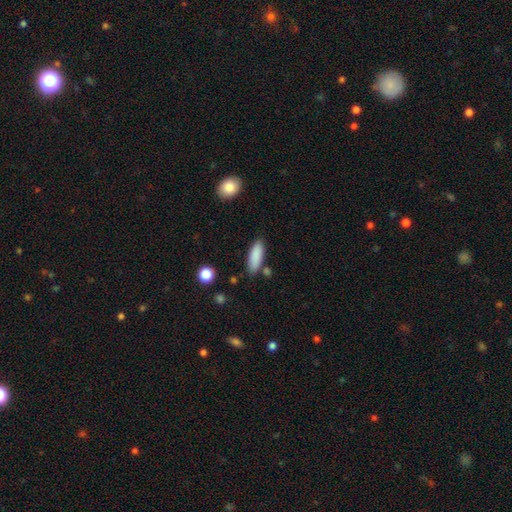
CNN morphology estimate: type=smooth (88%); roundness=in between (61%); merging=none (80%).